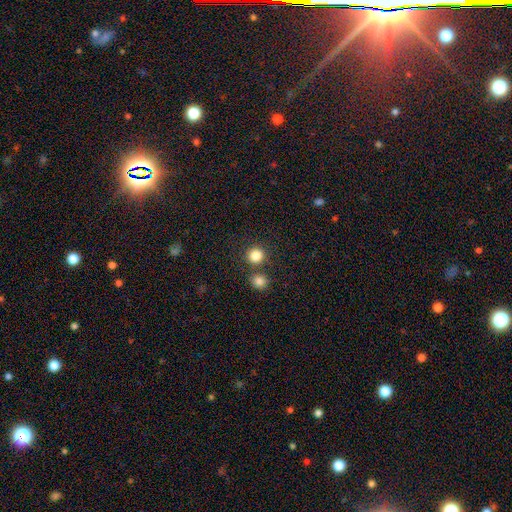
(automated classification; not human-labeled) Smooth or featured: smooth — 84% (star or artifact — 11%)
How rounded: round — 93% (in between — 7%)
Merging: none — 77% (merger — 14%)